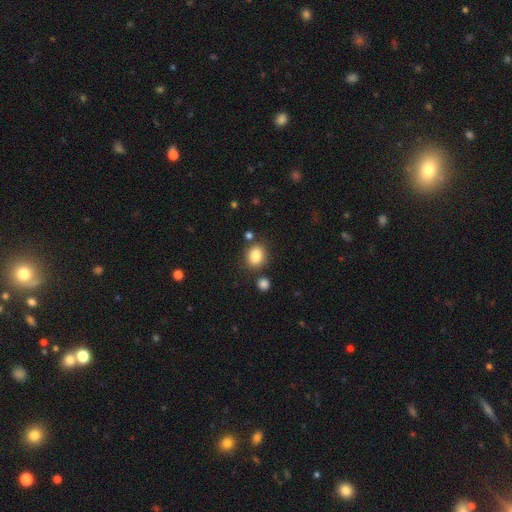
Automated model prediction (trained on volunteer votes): Smooth or featured? smooth (85%)
How rounded? round (50%)
Merging? none (77%)